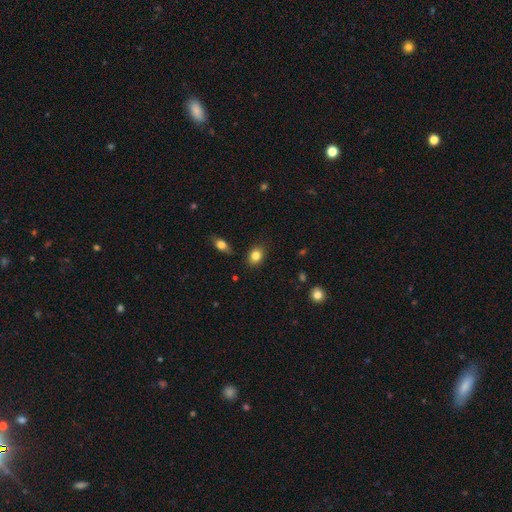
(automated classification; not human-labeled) Smooth or featured? Predicted: smooth (p=0.84). How rounded? Predicted: in between (p=0.61). Merging? Predicted: none (p=0.84).